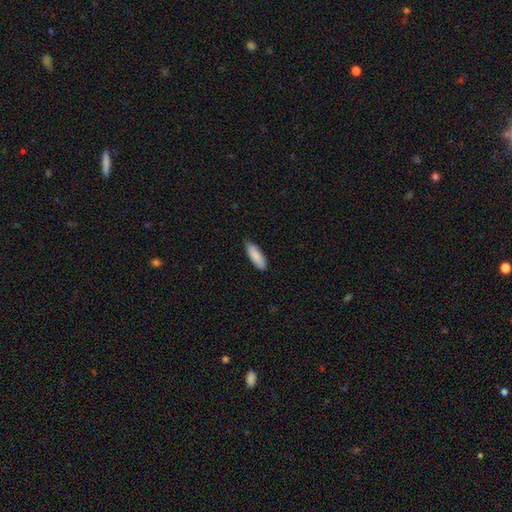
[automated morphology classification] Smooth or featured: smooth — 89% (featured or disk — 6%)
How rounded: in between — 61% (cigar-shaped — 38%)
Merging: none — 86% (minor disturbance — 12%)